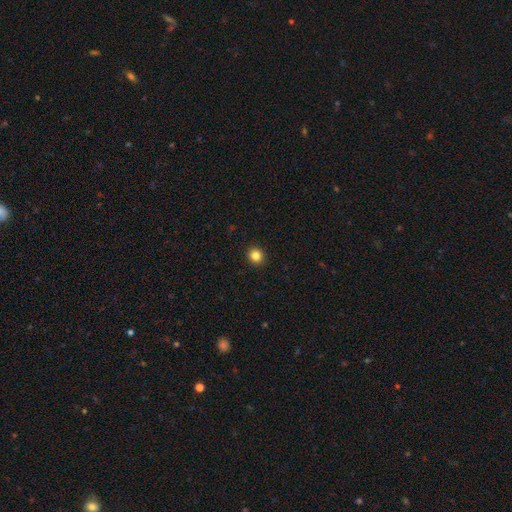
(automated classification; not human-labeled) A smooth galaxy with no disk features (84%) that is round (88%).

Vote fractions:
- Smooth or featured? smooth: 84% / star or artifact: 11% / featured or disk: 4%
- How rounded? round: 88% / in between: 11% / cigar-shaped: 1%
- Merging? none: 93% / minor disturbance: 5% / major disturbance: 2% / merger: 1%